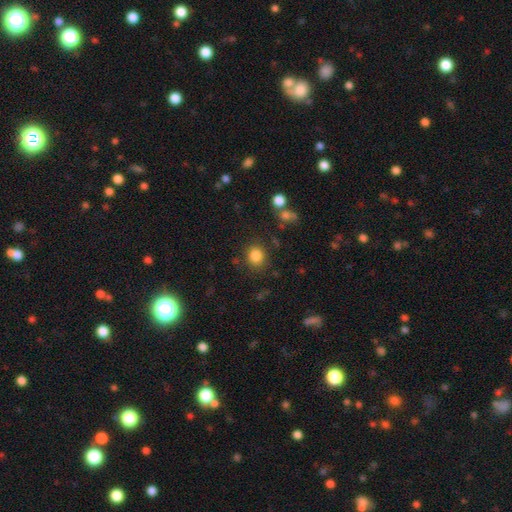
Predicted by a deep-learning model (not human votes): A smooth galaxy with no disk features (84%) that is round (77%).

Vote fractions:
- Smooth or featured? smooth: 84% / star or artifact: 12% / featured or disk: 5%
- How rounded? round: 77% / in between: 22% / cigar-shaped: 1%
- Merging? none: 82% / minor disturbance: 10% / major disturbance: 4% / merger: 3%